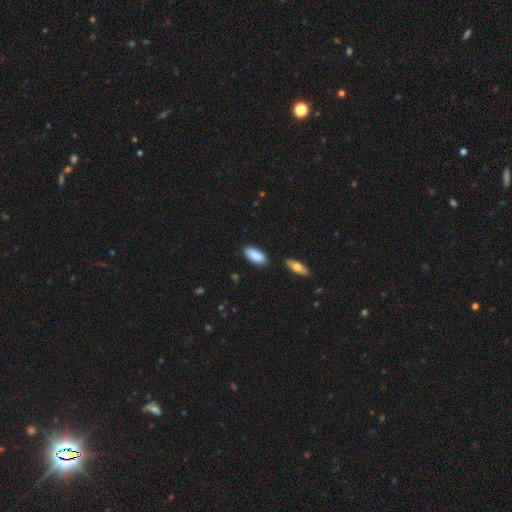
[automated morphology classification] Smooth or featured? Predicted: smooth (p=0.87). How rounded? Predicted: in between (p=0.83). Merging? Predicted: none (p=0.81).